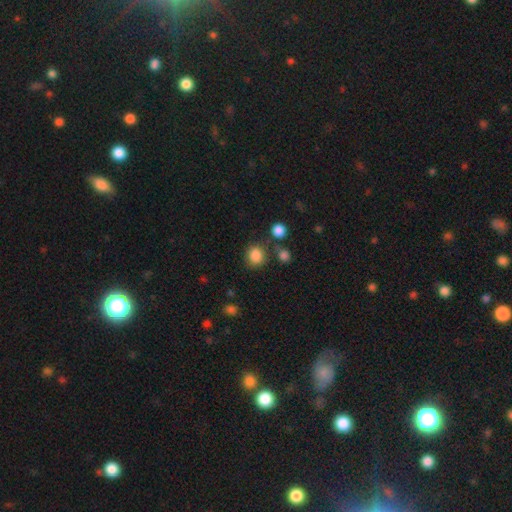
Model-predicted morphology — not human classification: This appears to be a smooth galaxy with no disk features (86%) that is round (78%). Merging: none (76%).